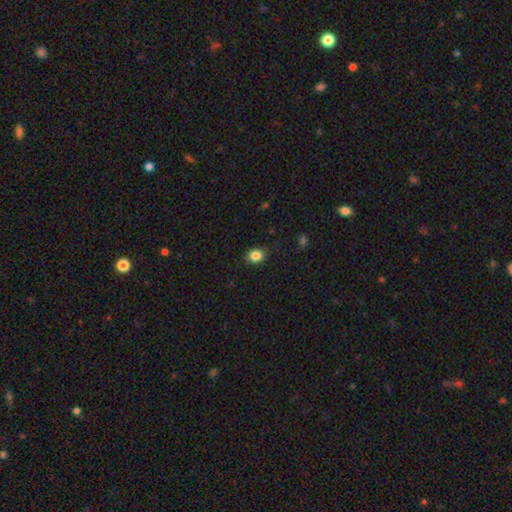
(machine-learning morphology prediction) This is clearly a smooth galaxy (85%). How rounded: likely round (61%). Merging: clearly none (84%).